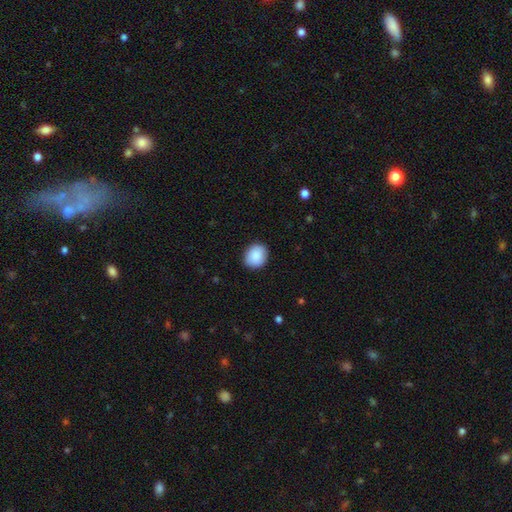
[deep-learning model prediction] This appears to be a smooth galaxy with no disk features (88%) that is round (63%). Merging: none (89%).